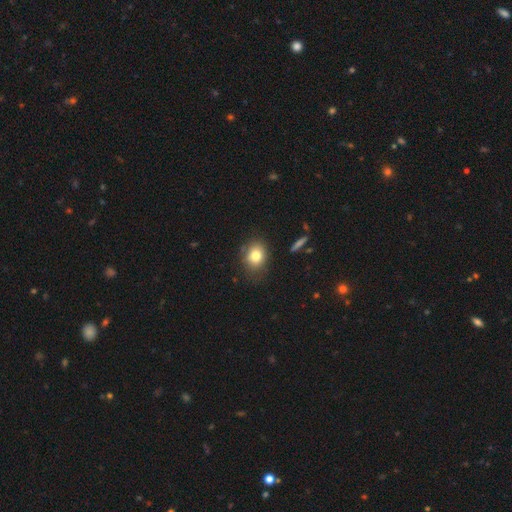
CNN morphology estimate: type=smooth (80%); roundness=round (54%); merging=none (76%).